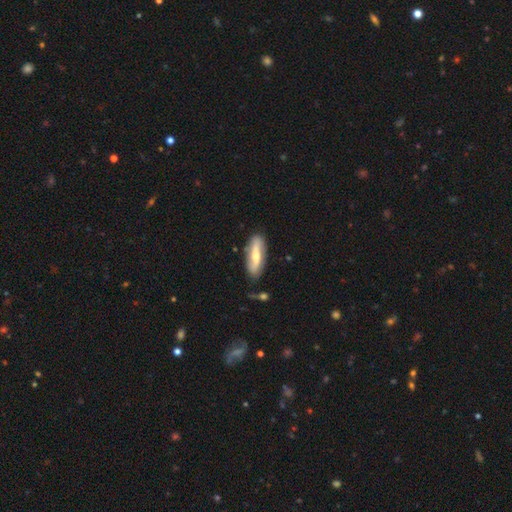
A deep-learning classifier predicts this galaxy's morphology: This is possibly a featured or disk galaxy (52%). It is likely not viewed edge-on (66%). Merging: clearly none (80%).